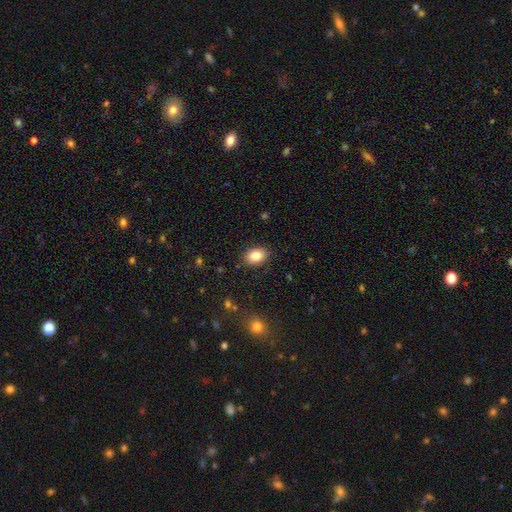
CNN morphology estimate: type=smooth (85%); roundness=in between (82%); merging=none (87%).